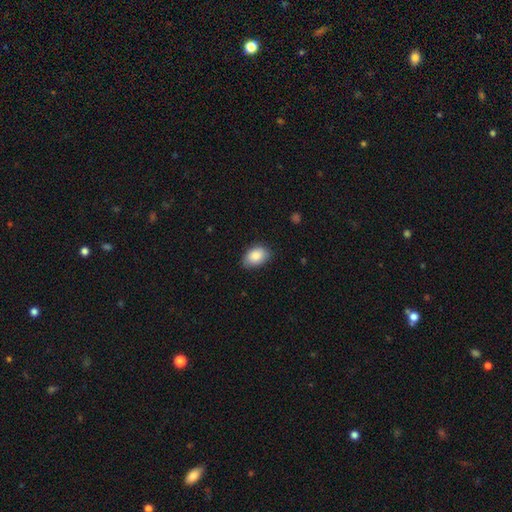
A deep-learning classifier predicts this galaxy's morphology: Smooth or featured?
  - smooth: 87% *
  - star or artifact: 7%
  - featured or disk: 6%
How rounded?
  - in between: 87% *
  - round: 12%
  - cigar-shaped: 1%
Merging?
  - none: 78% *
  - minor disturbance: 18%
  - major disturbance: 3%
  - merger: 1%